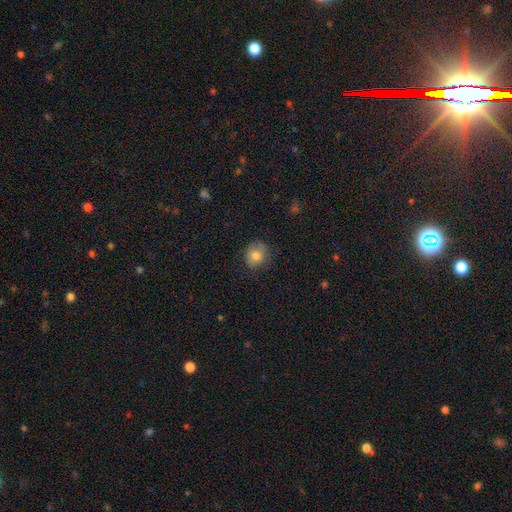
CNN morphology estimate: The model was most divided on "how rounded": round: 72%, in between: 27%, cigar-shaped: 1%. More confident: smooth or featured — smooth (79%); merging — none (73%).